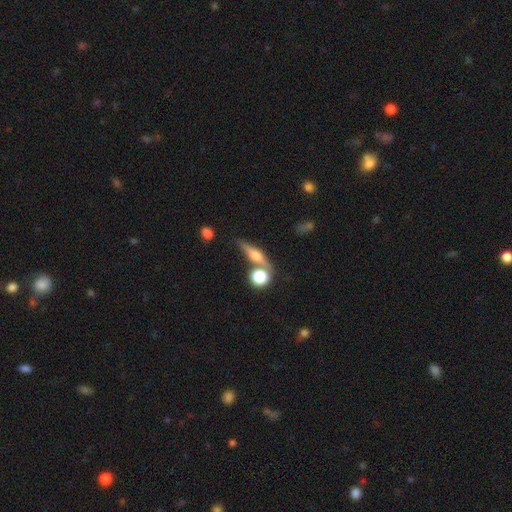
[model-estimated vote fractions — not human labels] The model was most divided on "smooth or featured": featured or disk: 55%, smooth: 35%, star or artifact: 10%. More confident: edge-on disk — yes (91%); edge-on bulge — rounded (91%); merging — none (67%).